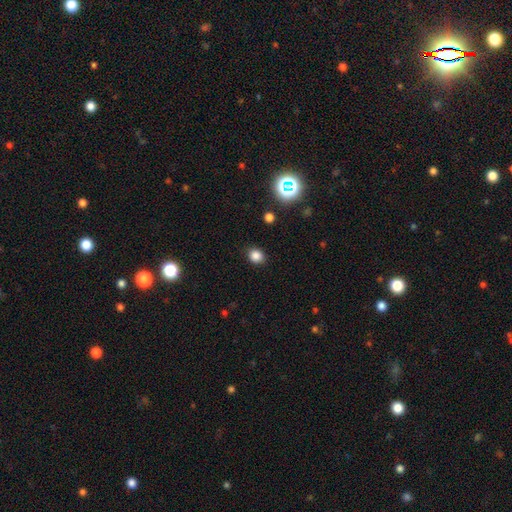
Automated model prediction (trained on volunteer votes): Overall: smooth (82%). How rounded: round (68%; in between 31%). Merging: none (88%).